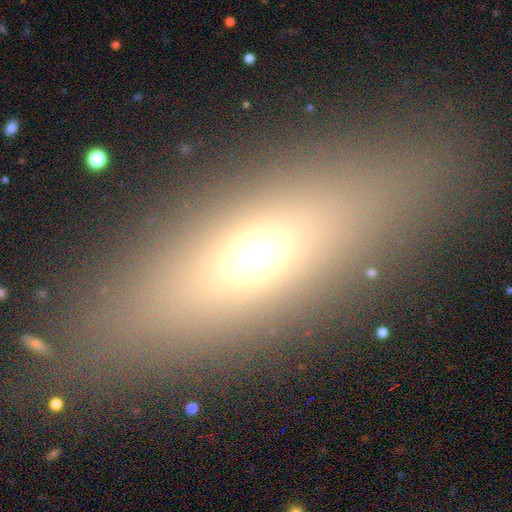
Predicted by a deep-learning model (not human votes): smooth_or_featured: smooth (p=0.60) [alt: featured or disk p=0.23]
how_rounded: in between (p=0.65) [alt: cigar-shaped p=0.27]
merging: none (p=0.82) [alt: minor disturbance p=0.10]